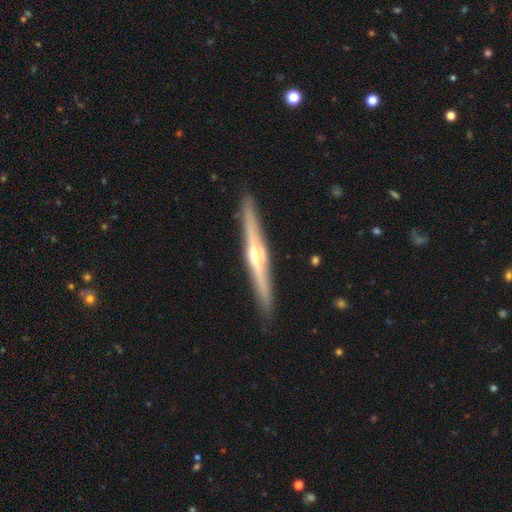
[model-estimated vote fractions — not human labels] Smooth or featured: featured or disk — 76% (smooth — 19%)
Edge-on disk: yes — 98% (no — 2%)
Edge-on bulge: rounded — 81% (boxy — 10%)
Merging: none — 89% (minor disturbance — 8%)